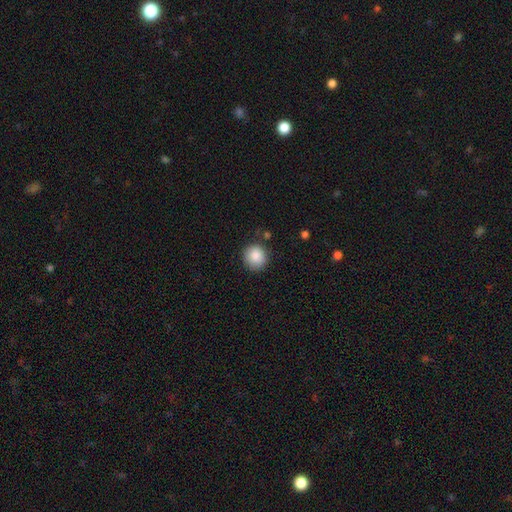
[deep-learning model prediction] This is clearly a smooth galaxy (87%). How rounded: clearly round (90%). Merging: clearly none (82%).